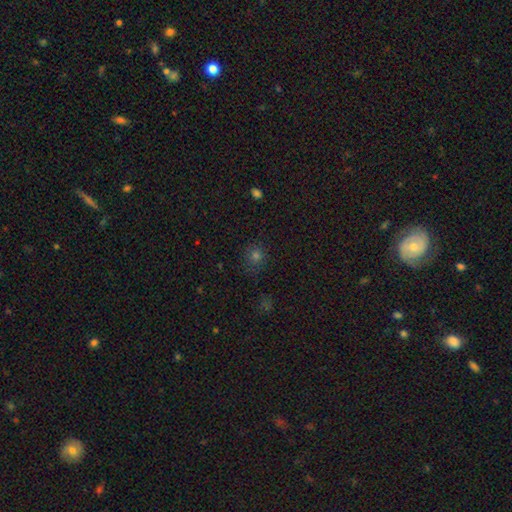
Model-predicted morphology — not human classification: A smooth galaxy with no disk features (70%) that is round (86%). Merging: none (83%).